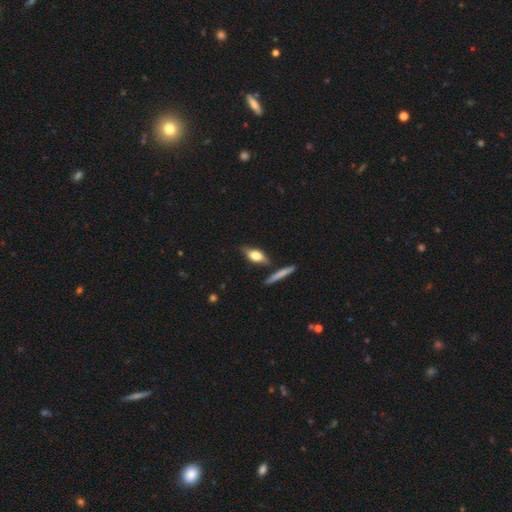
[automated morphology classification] Overall: smooth (61%; featured or disk 32%). How rounded: in between (62%; cigar-shaped 32%). Merging: none (74%).